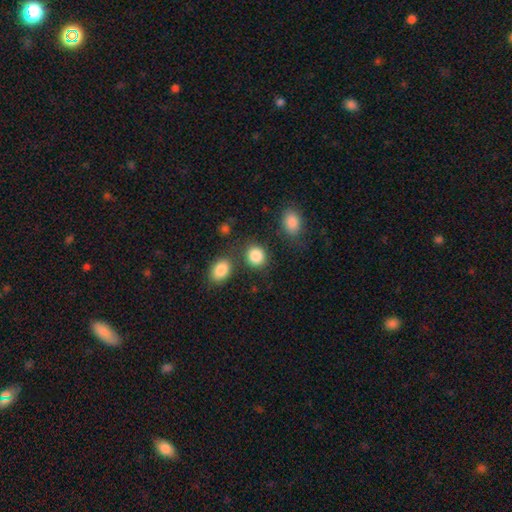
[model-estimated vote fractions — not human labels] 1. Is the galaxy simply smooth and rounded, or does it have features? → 86% smooth, 9% star or artifact, 5% featured or disk.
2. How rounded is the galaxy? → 70% round, 29% in between, 1% cigar-shaped.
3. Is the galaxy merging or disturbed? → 73% none, 12% merger, 11% minor disturbance, 4% major disturbance.